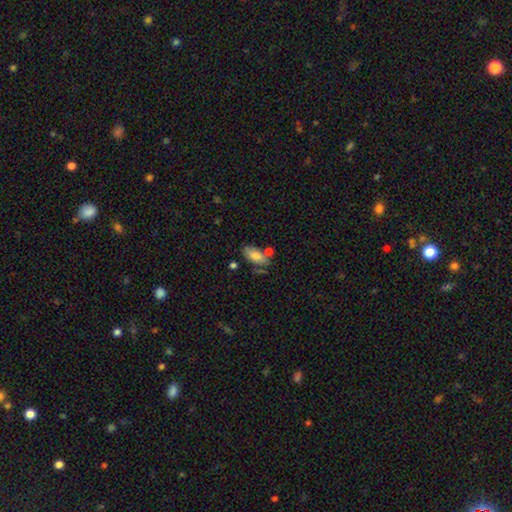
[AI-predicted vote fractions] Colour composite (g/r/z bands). It shows a smooth galaxy with no disk features (78%) that is in between round and cigar-shaped (89%). Merging: none (62%).